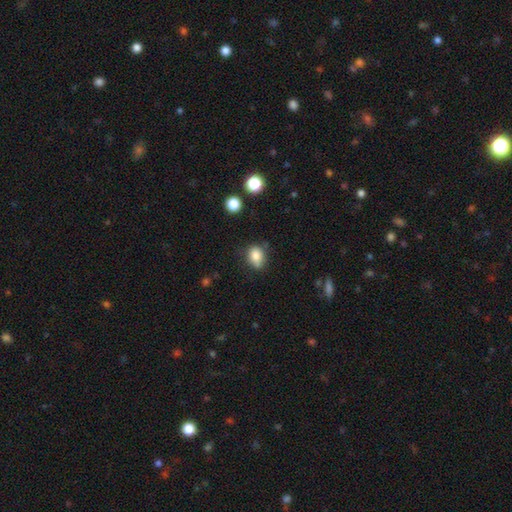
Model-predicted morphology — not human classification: smooth-or-featured: smooth: 82% | star or artifact: 11% | featured or disk: 7%
  how-rounded: round: 50% | in between: 49% | cigar-shaped: 1%
  merging: none: 63% | minor disturbance: 25% | merger: 7% | major disturbance: 5%